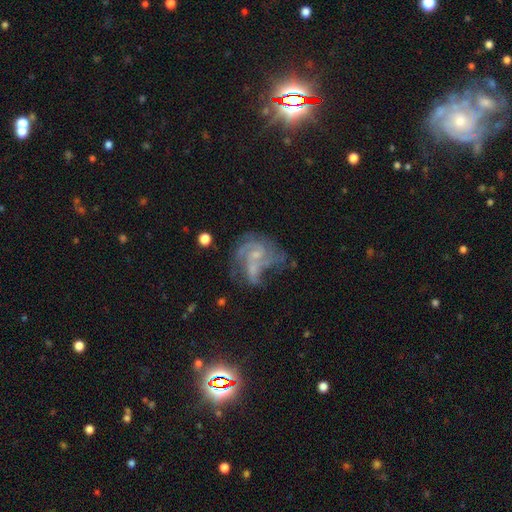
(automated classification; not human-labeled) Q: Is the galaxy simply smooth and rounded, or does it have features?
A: featured or disk — 81%.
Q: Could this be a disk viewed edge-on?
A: no — 98%.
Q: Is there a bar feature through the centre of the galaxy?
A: no — 57%.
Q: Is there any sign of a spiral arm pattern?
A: yes — 89%.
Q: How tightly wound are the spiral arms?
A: medium — 47%.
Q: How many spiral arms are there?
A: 2 — 33%.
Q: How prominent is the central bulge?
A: small — 63%.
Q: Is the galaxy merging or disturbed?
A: none — 33%.